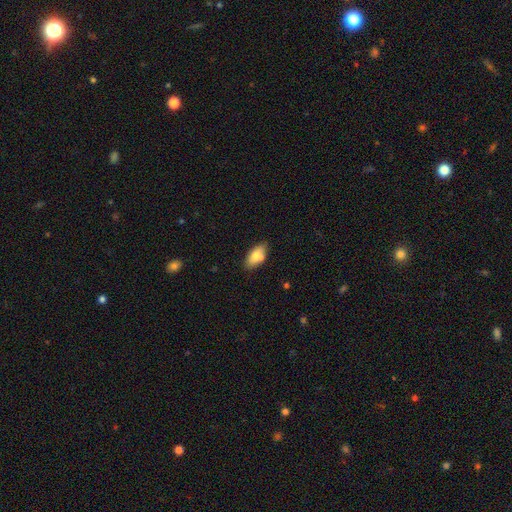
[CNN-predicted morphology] Smooth or featured?
  - smooth: 75% *
  - featured or disk: 17%
  - star or artifact: 7%
How rounded?
  - in between: 87% *
  - cigar-shaped: 9%
  - round: 3%
Merging?
  - none: 67% *
  - minor disturbance: 17%
  - merger: 12%
  - major disturbance: 4%